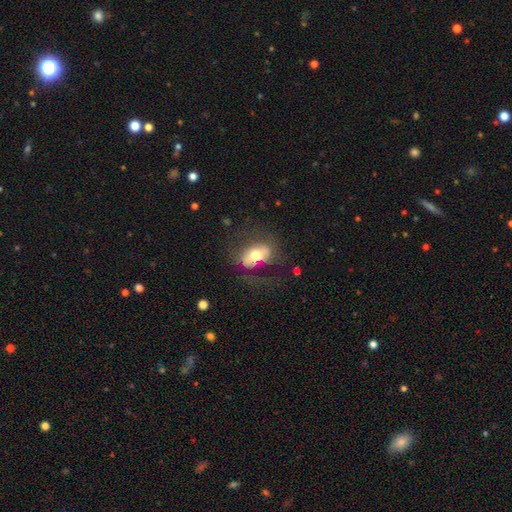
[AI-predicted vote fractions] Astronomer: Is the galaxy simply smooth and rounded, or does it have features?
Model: smooth — 56% (runner-up: featured or disk, 36%).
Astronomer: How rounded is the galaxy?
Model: in between — 85%.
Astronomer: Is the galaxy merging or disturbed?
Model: none — 54%.